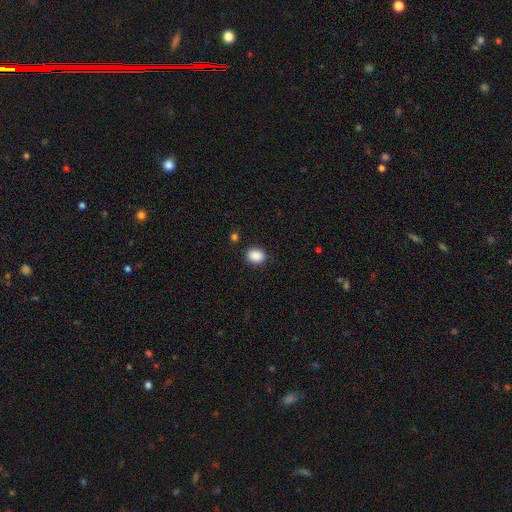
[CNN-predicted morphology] This is clearly a smooth galaxy (89%). How rounded: possibly in between (52%). Merging: clearly none (87%).